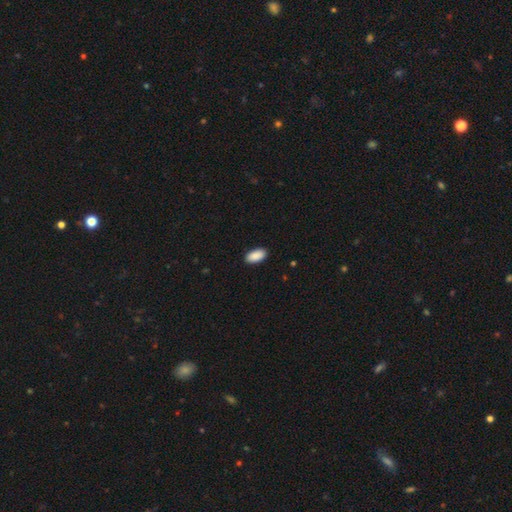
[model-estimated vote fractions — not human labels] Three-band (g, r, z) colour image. It shows a smooth galaxy with no disk features (91%) that is in between round and cigar-shaped (95%). Merging: none (90%).